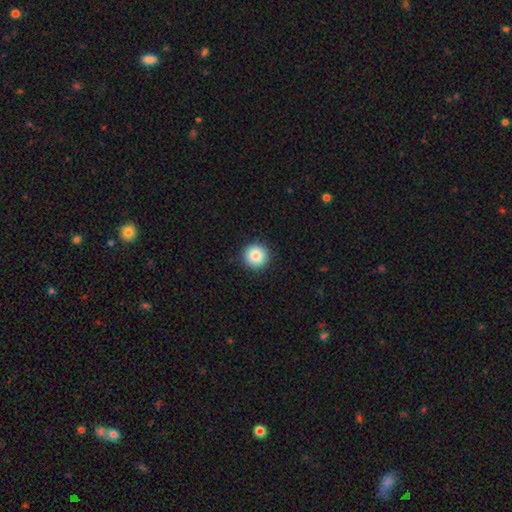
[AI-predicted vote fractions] Overall: smooth (88%). How rounded: round (96%). Merging: none (93%).